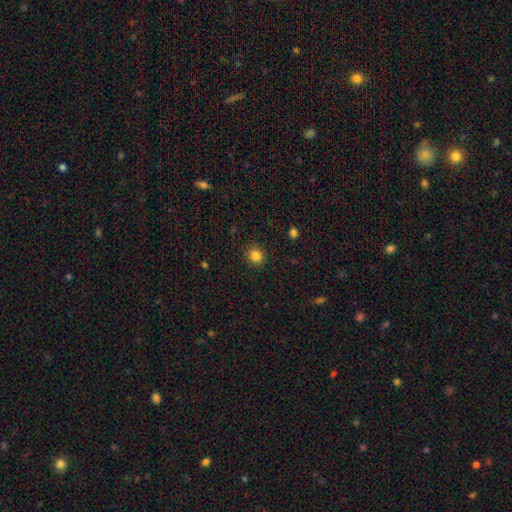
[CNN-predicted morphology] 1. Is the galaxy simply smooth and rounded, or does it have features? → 84% smooth, 12% star or artifact, 4% featured or disk.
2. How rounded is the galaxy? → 88% round, 11% in between, 1% cigar-shaped.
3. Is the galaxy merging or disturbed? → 90% none, 7% minor disturbance, 2% major disturbance, 1% merger.